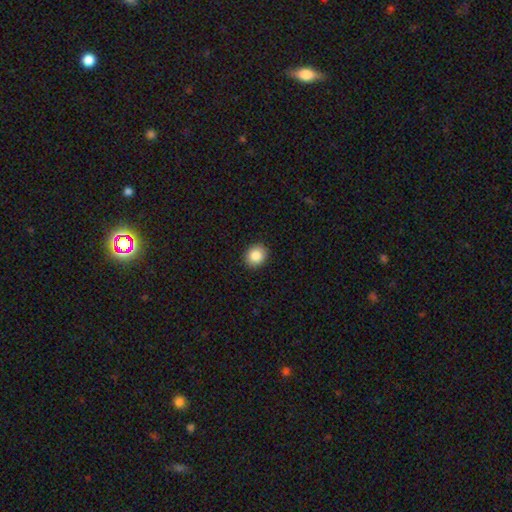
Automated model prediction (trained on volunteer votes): Smooth or featured?
  - smooth: 85% *
  - star or artifact: 9%
  - featured or disk: 6%
How rounded?
  - round: 73% *
  - in between: 27%
  - cigar-shaped: 1%
Merging?
  - none: 91% *
  - minor disturbance: 6%
  - major disturbance: 2%
  - merger: 1%